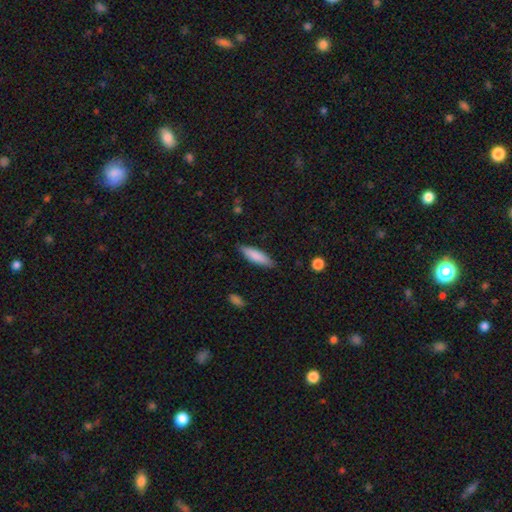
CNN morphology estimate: This is clearly a smooth galaxy (82%). How rounded: possibly cigar-shaped (59%). Merging: clearly none (85%).